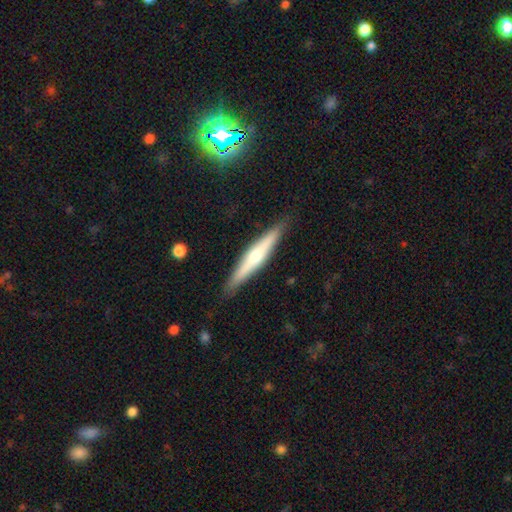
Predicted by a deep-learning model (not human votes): smooth-or-featured: featured or disk: 59% | smooth: 33% | star or artifact: 8%
  disk-edge-on: yes: 95% | no: 5%
    edge-on-bulge: rounded: 78% | none: 15% | boxy: 7%
  merging: none: 89% | minor disturbance: 8% | major disturbance: 2% | merger: 1%